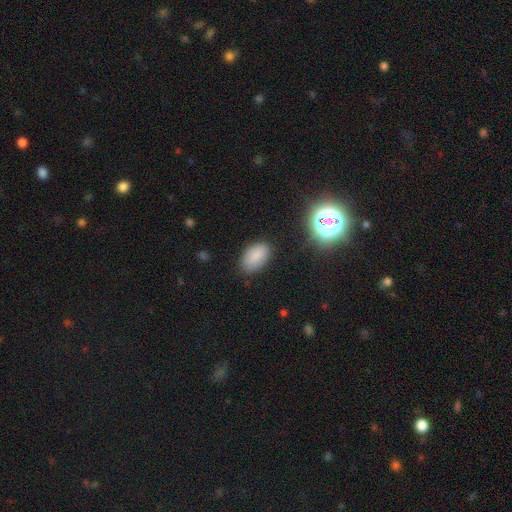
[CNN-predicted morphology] Smooth or featured? smooth (85%)
How rounded? in between (93%)
Merging? none (83%)